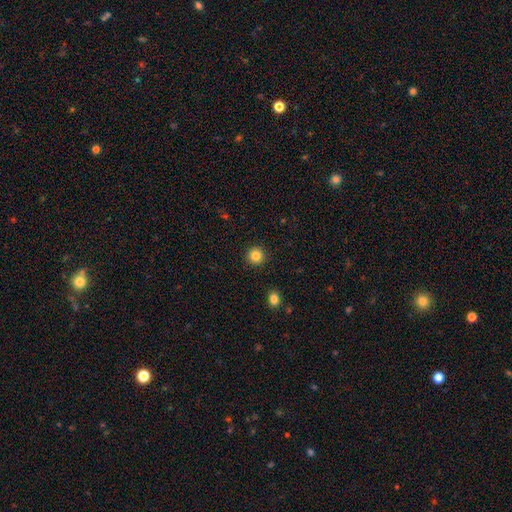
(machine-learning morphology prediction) smooth 84%, star or artifact 11%, featured or disk 5%. Down the decision tree: how rounded — round (94%); merging — none (92%).